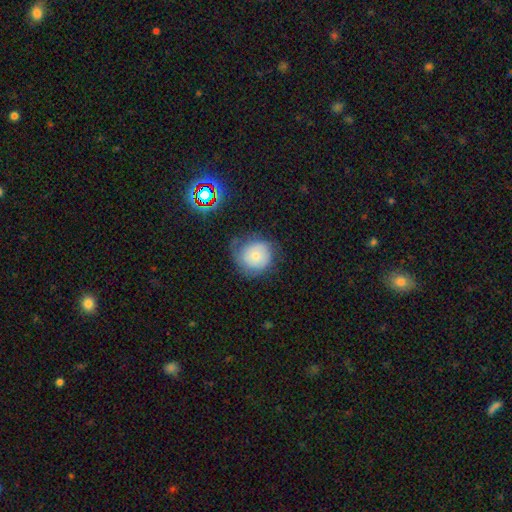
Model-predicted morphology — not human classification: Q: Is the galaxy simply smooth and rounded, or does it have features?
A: smooth — 64%.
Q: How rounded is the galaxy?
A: round — 86%.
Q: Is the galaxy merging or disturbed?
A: none — 52%.